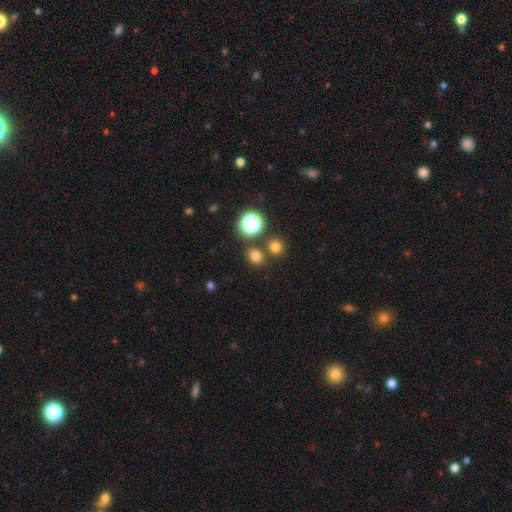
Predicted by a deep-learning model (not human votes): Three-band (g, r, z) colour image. It shows a smooth galaxy with no disk features (73%) that is round (74%). Merging: none (76%).